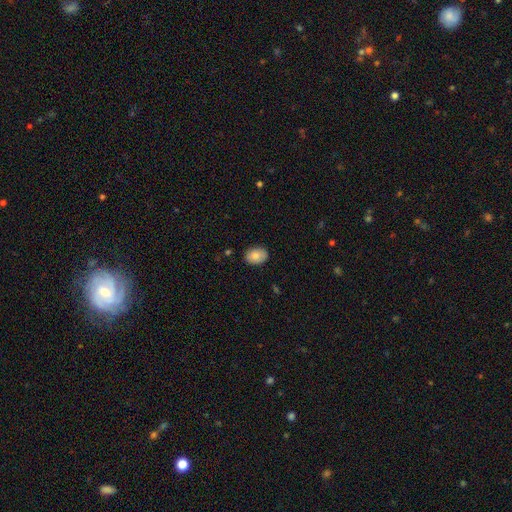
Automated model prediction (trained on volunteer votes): smooth_or_featured: smooth (p=0.82) [alt: featured or disk p=0.11]
how_rounded: in between (p=0.79) [alt: round p=0.20]
merging: none (p=0.86) [alt: minor disturbance p=0.10]